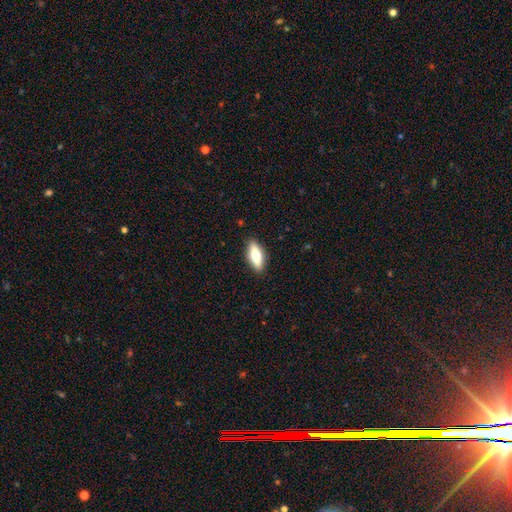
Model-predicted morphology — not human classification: The model was most divided on "smooth or featured": smooth: 59%, featured or disk: 34%, star or artifact: 7%. More confident: merging — none (88%); how rounded — in between (63%).